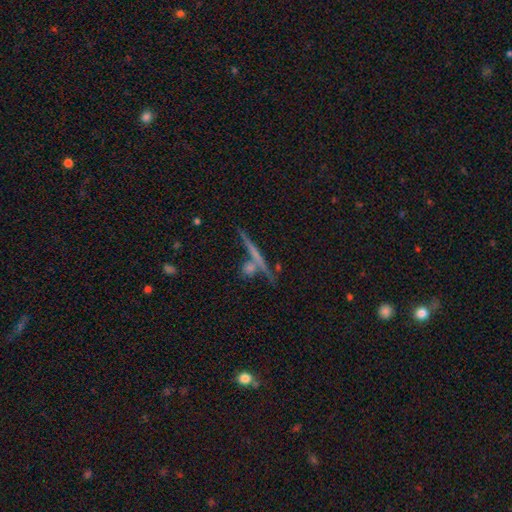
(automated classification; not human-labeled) This appears to be a featured or disk galaxy (52%) viewed edge-on (92%). Merging: none (72%).